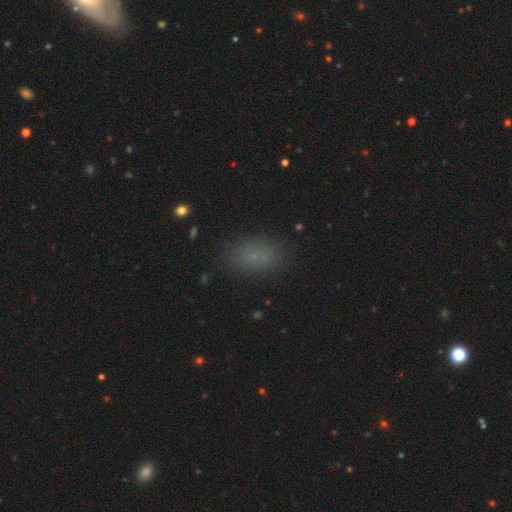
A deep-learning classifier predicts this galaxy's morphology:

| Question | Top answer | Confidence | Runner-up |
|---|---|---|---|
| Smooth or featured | smooth | 76% | star or artifact (17%) |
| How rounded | in between | 87% | round (11%) |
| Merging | none | 84% | minor disturbance (11%) |